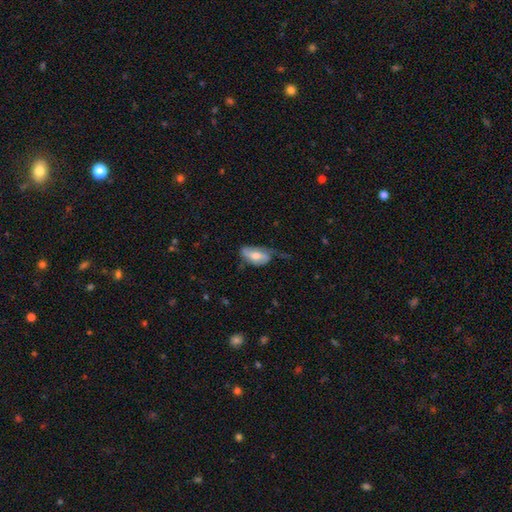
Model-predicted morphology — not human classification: Smooth or featured? smooth (53%)
How rounded? in between (90%)
Merging? none (38%, tied with minor disturbance)